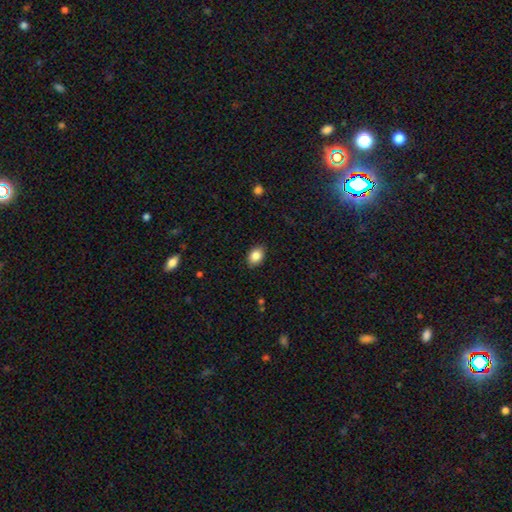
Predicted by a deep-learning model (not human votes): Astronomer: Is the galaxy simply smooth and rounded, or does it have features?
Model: smooth — 85%.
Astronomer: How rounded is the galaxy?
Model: in between — 77%.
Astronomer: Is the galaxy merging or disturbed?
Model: none — 88%.